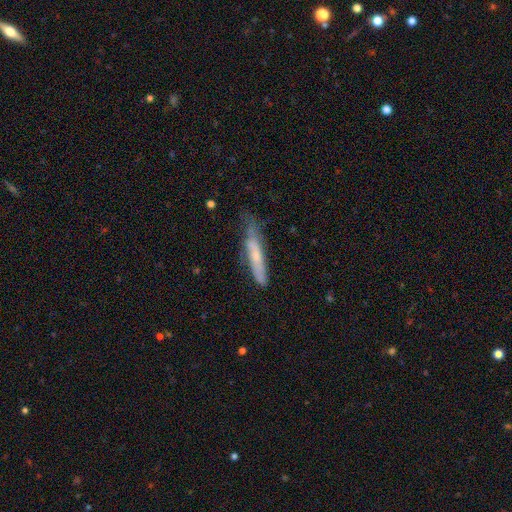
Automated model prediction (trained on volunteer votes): Smooth or featured?
  - smooth: 53% *
  - featured or disk: 40%
  - star or artifact: 7%
How rounded?
  - cigar-shaped: 89% *
  - in between: 9%
  - round: 1%
Merging?
  - none: 54% *
  - minor disturbance: 33%
  - major disturbance: 11%
  - merger: 3%